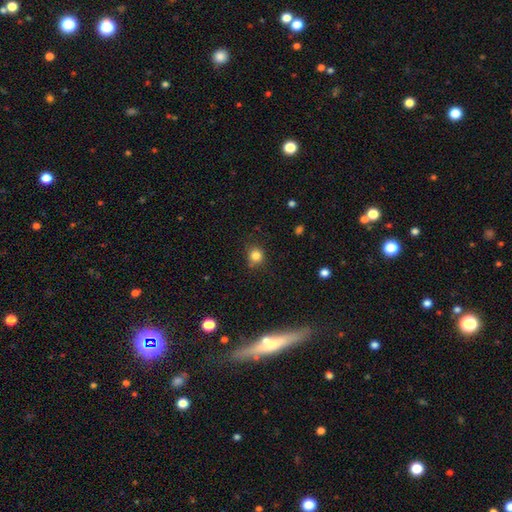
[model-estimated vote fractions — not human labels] A smooth galaxy with no disk features (83%) that is round (86%).

Vote fractions:
- Smooth or featured? smooth: 83% / star or artifact: 12% / featured or disk: 5%
- How rounded? round: 86% / in between: 13% / cigar-shaped: 1%
- Merging? none: 79% / minor disturbance: 14% / major disturbance: 4% / merger: 3%